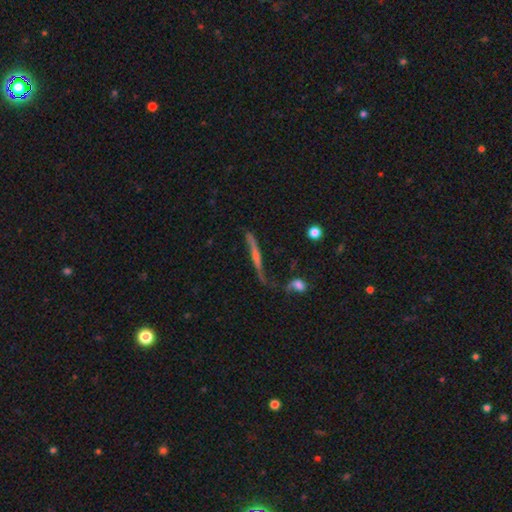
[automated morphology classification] Smooth or featured?
  - featured or disk: 65% *
  - smooth: 24%
  - star or artifact: 11%
Edge-on disk?
  - yes: 73% *
  - no: 27%
Merging?
  - none: 43% *
  - minor disturbance: 22%
  - major disturbance: 20%
  - merger: 14%